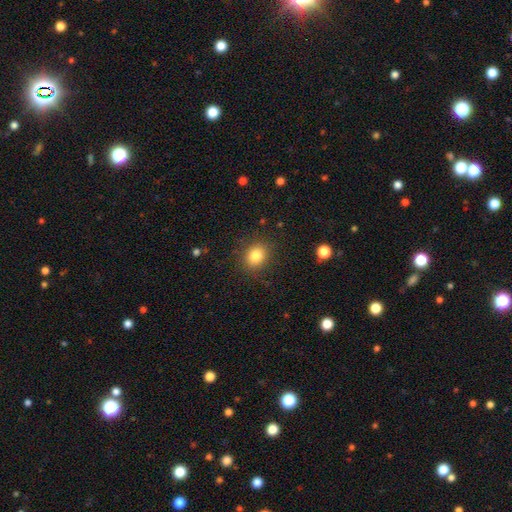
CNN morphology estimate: This is clearly a smooth galaxy (83%). How rounded: likely round (64%). Merging: clearly none (87%).